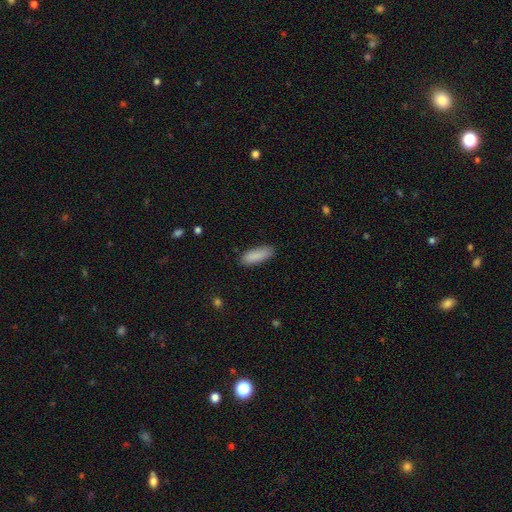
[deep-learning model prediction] Smooth or featured?
  - smooth: 89% *
  - star or artifact: 6%
  - featured or disk: 5%
How rounded?
  - in between: 64% *
  - cigar-shaped: 34%
  - round: 2%
Merging?
  - none: 85% *
  - minor disturbance: 11%
  - major disturbance: 2%
  - merger: 1%